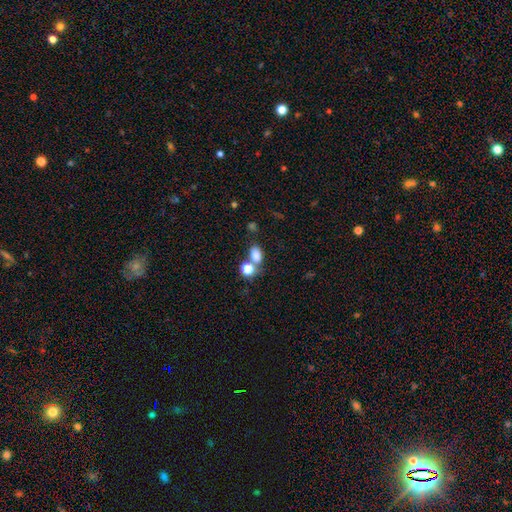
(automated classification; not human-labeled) This appears to be a smooth galaxy with no disk features (78%) that is in between round and cigar-shaped (74%). Merging: none (51%).